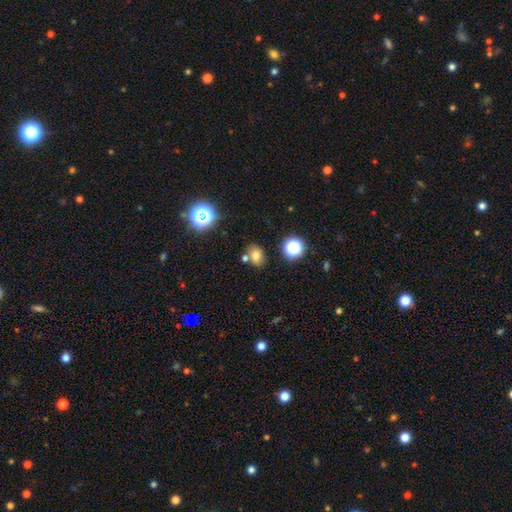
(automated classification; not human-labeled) Smooth or featured? smooth (74%)
How rounded? in between (68%)
Merging? none (69%)